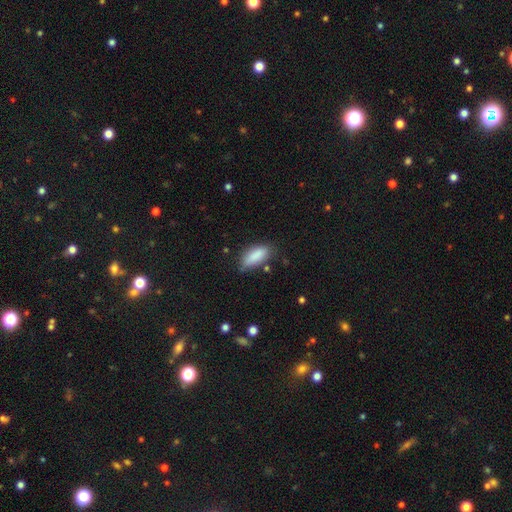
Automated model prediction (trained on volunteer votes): Smooth or featured?
  - smooth: 86% *
  - featured or disk: 7%
  - star or artifact: 7%
How rounded?
  - in between: 81% *
  - cigar-shaped: 17%
  - round: 2%
Merging?
  - none: 69% *
  - minor disturbance: 23%
  - major disturbance: 5%
  - merger: 3%